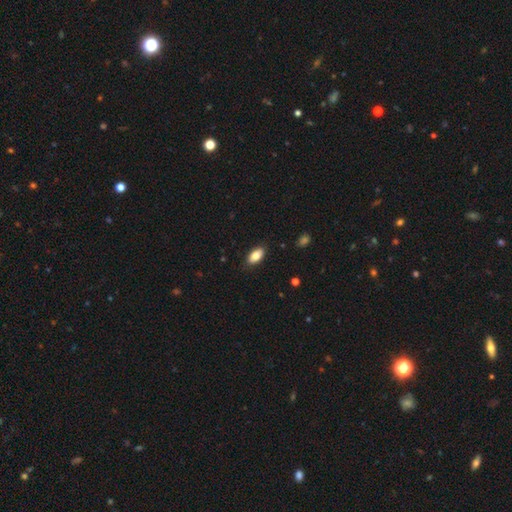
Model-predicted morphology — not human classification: The model was most divided on "smooth or featured": smooth: 83%, featured or disk: 10%, star or artifact: 7%. More confident: how rounded — in between (92%); merging — none (86%).